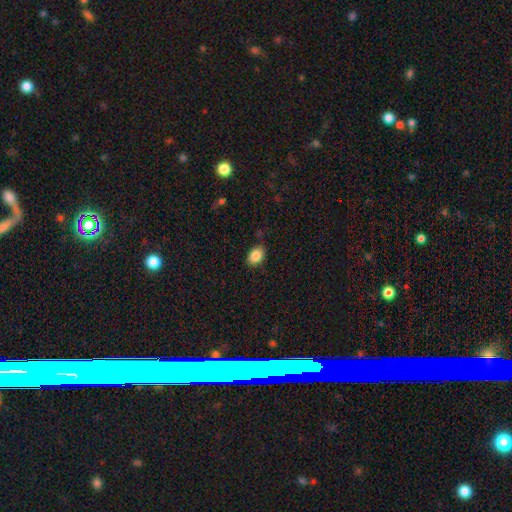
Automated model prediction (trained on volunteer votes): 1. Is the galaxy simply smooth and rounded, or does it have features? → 86% smooth, 9% star or artifact, 5% featured or disk.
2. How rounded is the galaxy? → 77% in between, 22% round, 1% cigar-shaped.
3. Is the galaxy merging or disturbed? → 84% none, 12% minor disturbance, 2% major disturbance, 2% merger.